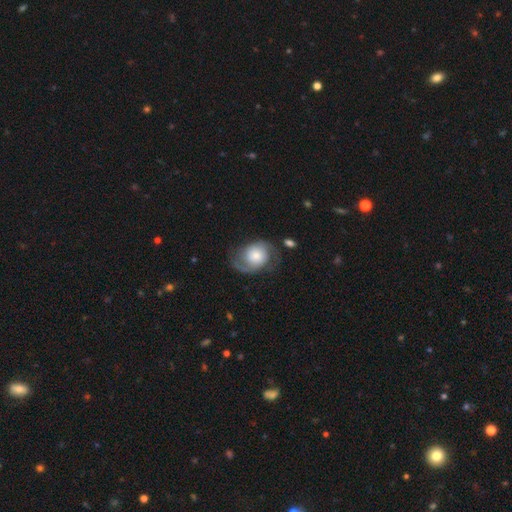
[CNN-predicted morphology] smooth-or-featured: featured or disk: 62% | smooth: 31% | star or artifact: 7%
  disk-edge-on: no: 97% | yes: 3%
    bar: no: 75% | weak: 21% | strong: 4%
    has-spiral-arms: yes: 88% | no: 12%
      spiral-winding: medium: 43% | loose: 34% | tight: 23%
      spiral-arm-count: 2: 83% | 1: 7% | can't tell: 7% | 3: 1% | 4: 1% | more than 4: 1%
    bulge-size: moderate: 36% | small: 30% | large: 22% | dominant: 7% | none: 4%
  merging: none: 58% | minor disturbance: 23% | major disturbance: 17% | merger: 3%